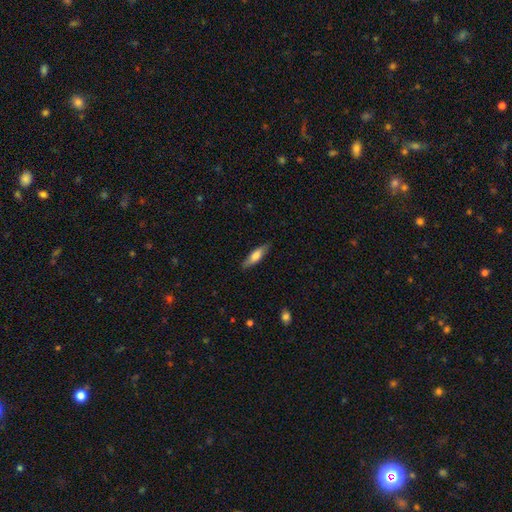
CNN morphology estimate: A smooth galaxy with no disk features (62%) that is cigar-shaped (60%). Merging: none (85%).